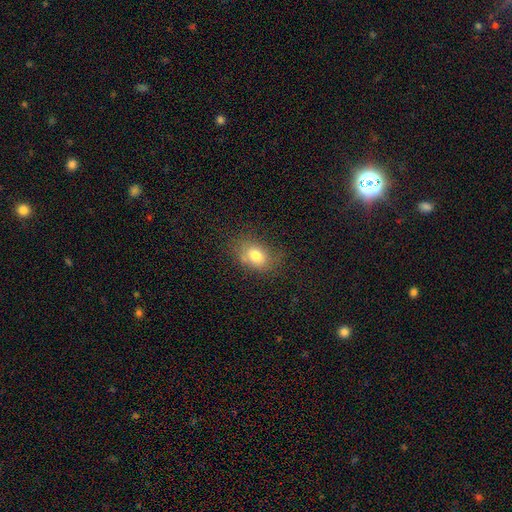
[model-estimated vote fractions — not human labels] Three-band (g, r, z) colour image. It shows a smooth galaxy with no disk features (77%) that is in between round and cigar-shaped (71%). Merging: none (67%).